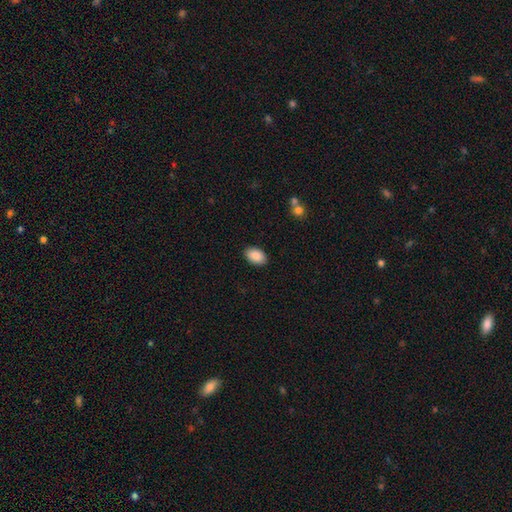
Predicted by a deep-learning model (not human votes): Smooth or featured?
  - smooth: 89% *
  - star or artifact: 7%
  - featured or disk: 4%
How rounded?
  - in between: 91% *
  - round: 8%
  - cigar-shaped: 1%
Merging?
  - none: 89% *
  - minor disturbance: 8%
  - major disturbance: 2%
  - merger: 1%